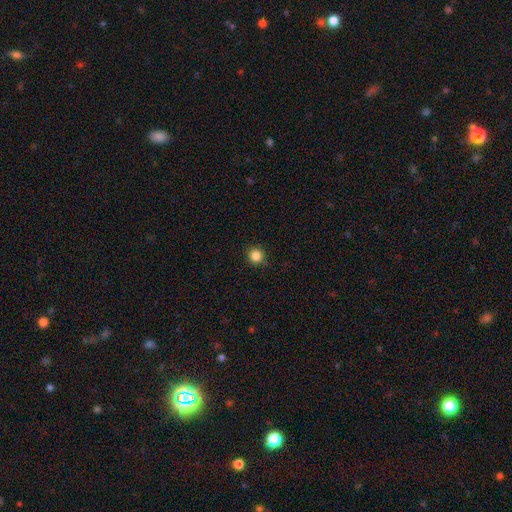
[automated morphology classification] Smooth or featured?
  - smooth: 85% *
  - star or artifact: 11%
  - featured or disk: 4%
How rounded?
  - round: 95% *
  - in between: 4%
  - cigar-shaped: 1%
Merging?
  - none: 90% *
  - minor disturbance: 7%
  - major disturbance: 2%
  - merger: 1%